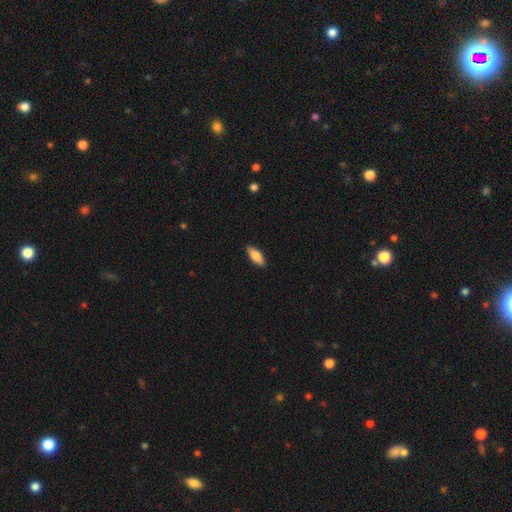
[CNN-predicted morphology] smooth 78%, featured or disk 16%, star or artifact 6%. Down the decision tree: how rounded — in between (72%); merging — none (88%).